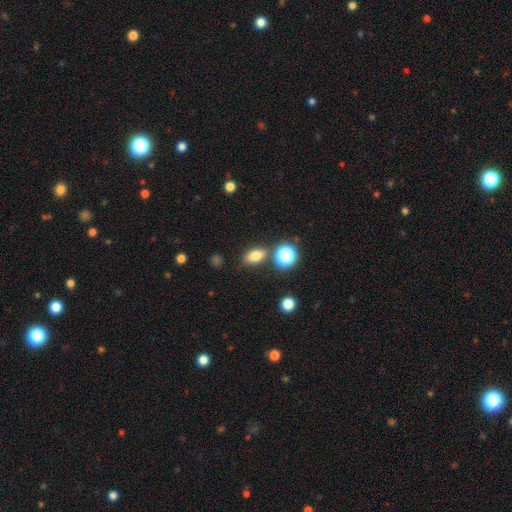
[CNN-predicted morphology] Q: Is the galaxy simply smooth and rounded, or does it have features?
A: smooth — 74%.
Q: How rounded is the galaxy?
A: in between — 76%.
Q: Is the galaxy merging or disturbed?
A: none — 79%.